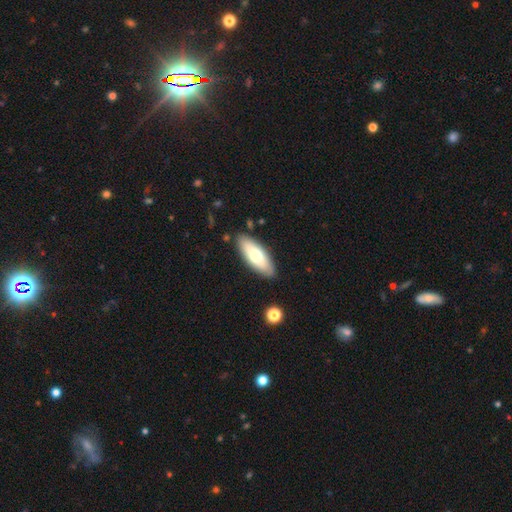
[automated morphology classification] Smooth or featured? Predicted: smooth (p=0.66). How rounded? Predicted: in between (p=0.71). Merging? Predicted: none (p=0.87).